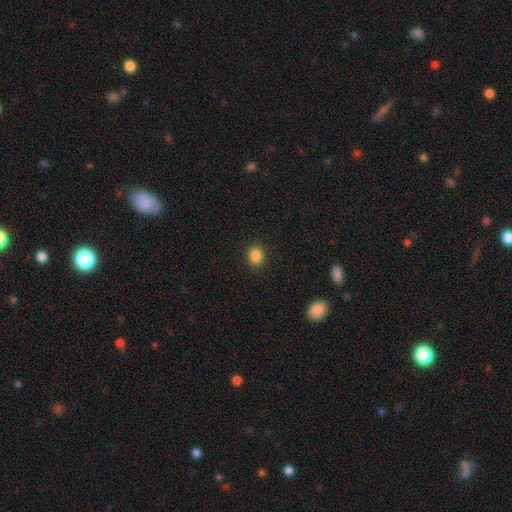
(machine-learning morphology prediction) This appears to be a smooth galaxy with no disk features (86%) that is round (59%). Merging: none (91%).